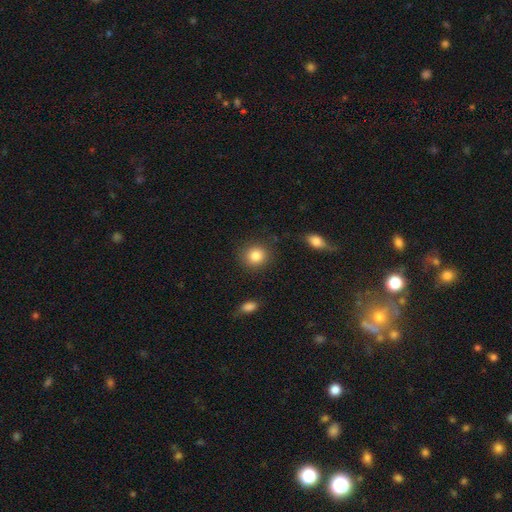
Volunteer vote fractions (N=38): Smooth or featured? 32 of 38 (84%) said smooth. How rounded? 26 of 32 (81%) said round. Merging? 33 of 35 (94%) said none.